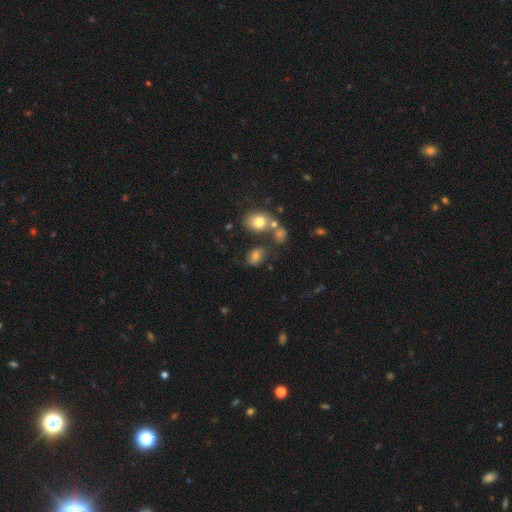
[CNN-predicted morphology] A smooth galaxy with no disk features (71%) that is in between round and cigar-shaped (70%). Merging: none (55%).